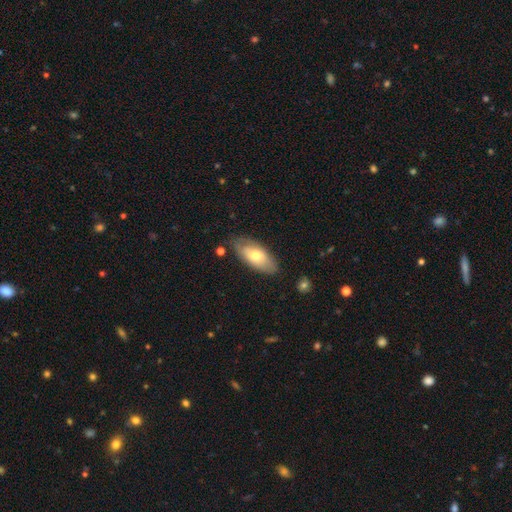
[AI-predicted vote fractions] Overall: smooth (64%; featured or disk 29%). How rounded: in between (87%). Merging: none (76%).